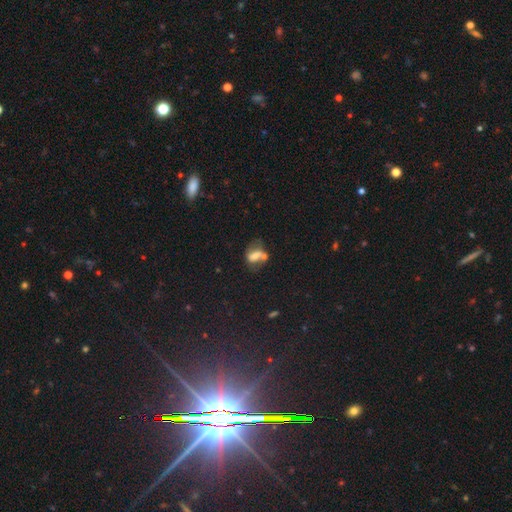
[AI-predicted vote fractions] A smooth galaxy with no disk features (54%) that is in between round and cigar-shaped (74%). Merging: merger (34%).